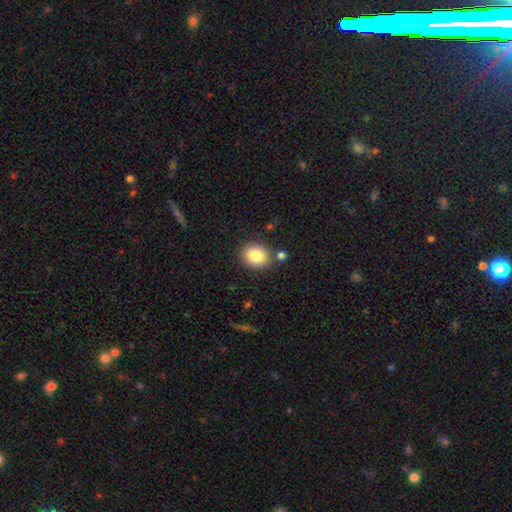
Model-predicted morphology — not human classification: A smooth galaxy with no disk features (85%) that is round (63%).

Vote fractions:
- Smooth or featured? smooth: 85% / star or artifact: 9% / featured or disk: 6%
- How rounded? round: 63% / in between: 36% / cigar-shaped: 1%
- Merging? none: 80% / minor disturbance: 10% / merger: 7% / major disturbance: 3%